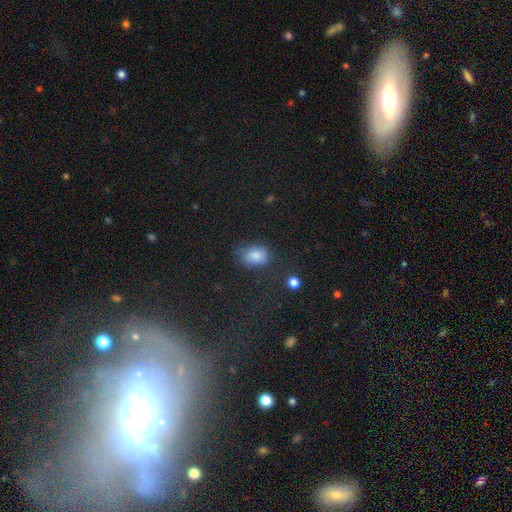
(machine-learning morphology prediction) Smooth or featured: smooth — 81% (star or artifact — 11%)
How rounded: in between — 66% (round — 33%)
Merging: none — 61% (minor disturbance — 26%)